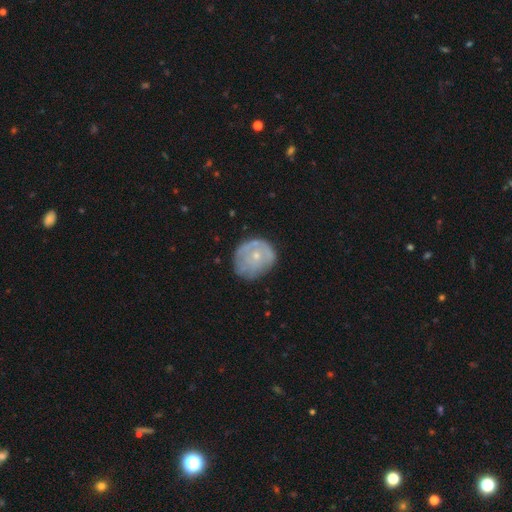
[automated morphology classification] Smooth or featured: featured or disk — 49% (smooth — 43%)
Merging: none — 61% (minor disturbance — 27%)